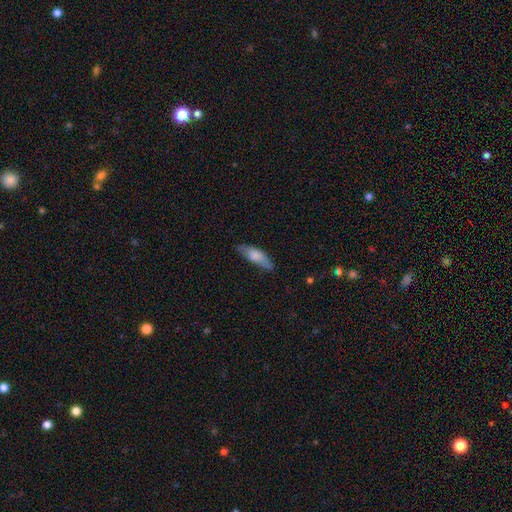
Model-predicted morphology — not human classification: The model was most divided on "how rounded": in between: 49%, cigar-shaped: 48%, round: 2%. More confident: merging — none (71%); smooth or featured — smooth (68%).